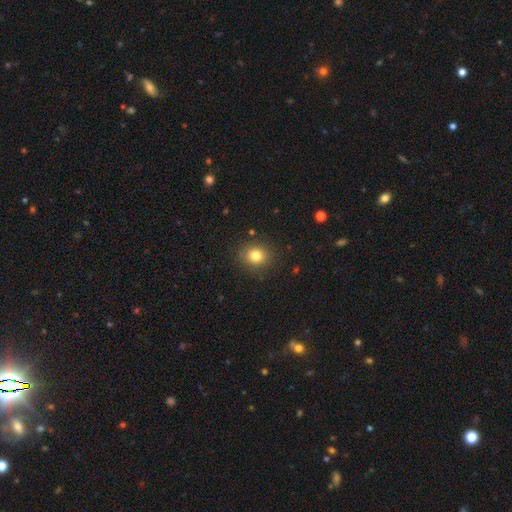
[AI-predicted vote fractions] Overall: smooth (80%). How rounded: round (78%). Merging: none (86%).